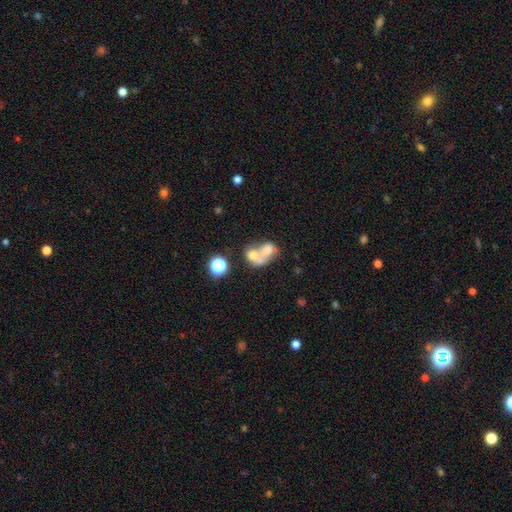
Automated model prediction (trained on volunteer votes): smooth 56%, featured or disk 30%, star or artifact 14%. Down the decision tree: how rounded — in between (59%); merging — merger (70%).